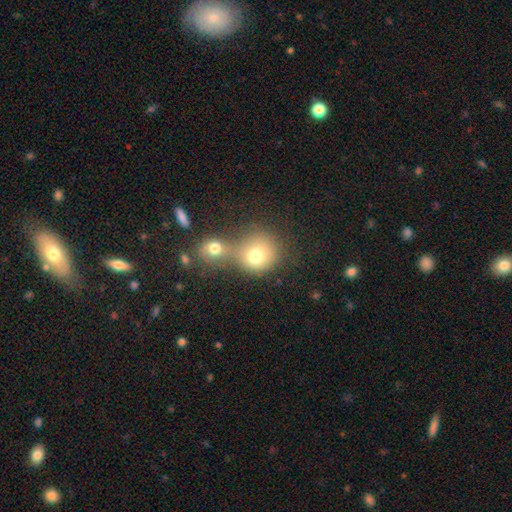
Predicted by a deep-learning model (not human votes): Morphology: type=smooth (74%); roundness=round (84%); merging=merger (56%).